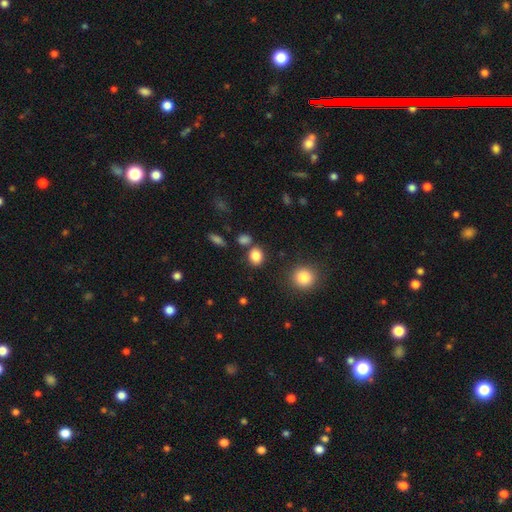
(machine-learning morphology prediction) smooth 84%, star or artifact 11%, featured or disk 5%. Down the decision tree: how rounded — in between (52%); merging — none (74%).